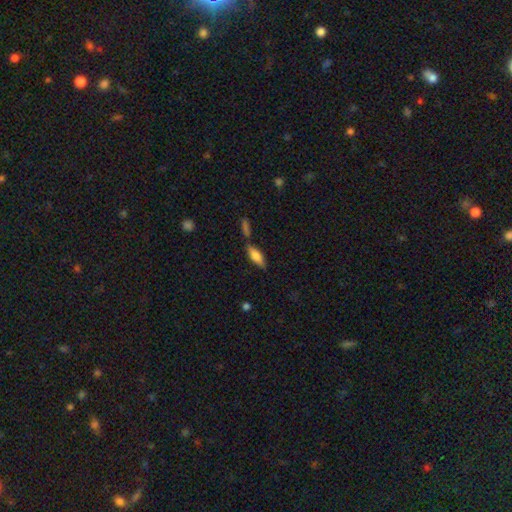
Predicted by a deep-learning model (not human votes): This appears to be a smooth galaxy with no disk features (73%) that is in between round and cigar-shaped (68%). Merging: none (69%).